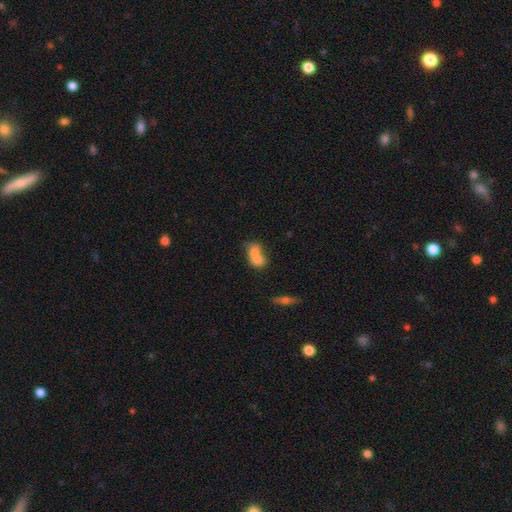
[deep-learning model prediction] This appears to be a smooth galaxy with no disk features (71%) that is in between round and cigar-shaped (61%). Merging: merger (70%).